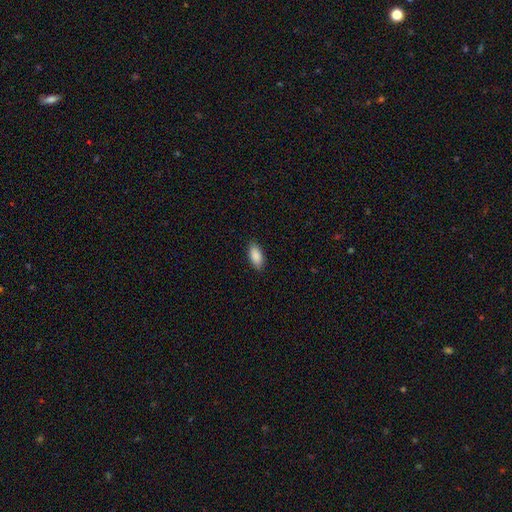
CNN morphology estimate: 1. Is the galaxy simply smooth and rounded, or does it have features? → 90% smooth, 6% star or artifact, 4% featured or disk.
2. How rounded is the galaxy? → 91% in between, 7% cigar-shaped, 2% round.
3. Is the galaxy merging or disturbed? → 87% none, 10% minor disturbance, 2% major disturbance, 1% merger.